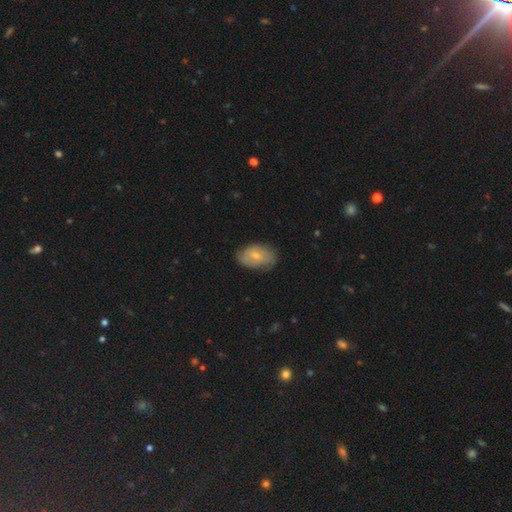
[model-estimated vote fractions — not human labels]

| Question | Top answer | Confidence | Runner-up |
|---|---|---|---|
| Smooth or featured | smooth | 57% | featured or disk (36%) |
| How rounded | in between | 88% | round (10%) |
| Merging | none | 71% | minor disturbance (23%) |